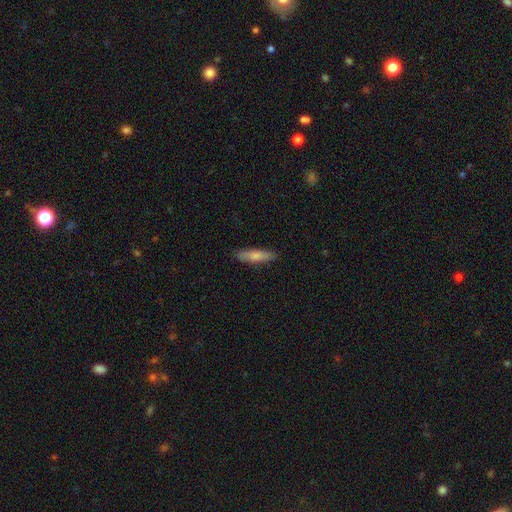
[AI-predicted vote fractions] A smooth galaxy with no disk features (73%) that is cigar-shaped (74%). Merging: none (86%).